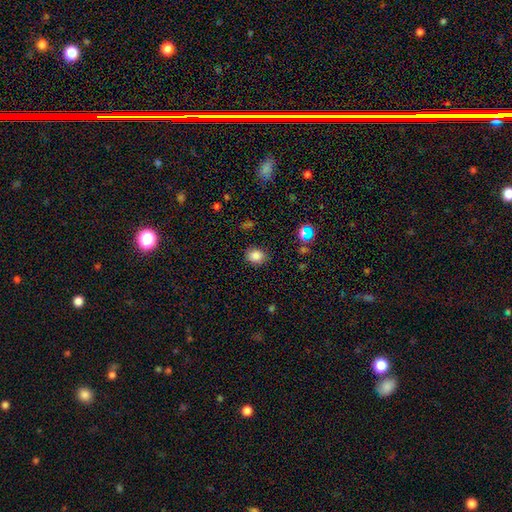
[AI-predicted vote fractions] A smooth galaxy with no disk features (83%) that is round (54%). Merging: none (84%).